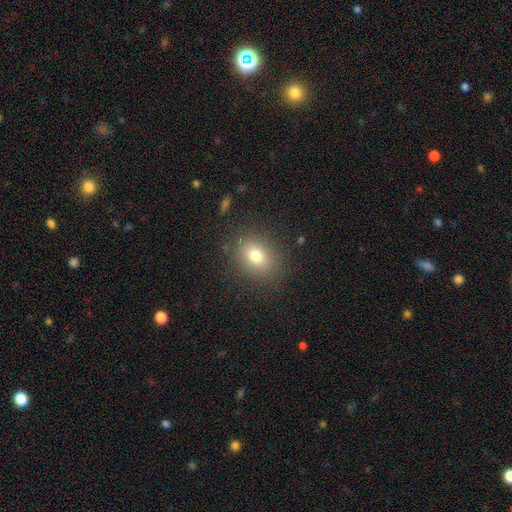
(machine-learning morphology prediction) smooth-or-featured: smooth: 76% | star or artifact: 12% | featured or disk: 11%
  how-rounded: in between: 55% | round: 44% | cigar-shaped: 1%
  merging: none: 85% | minor disturbance: 10% | major disturbance: 4% | merger: 1%